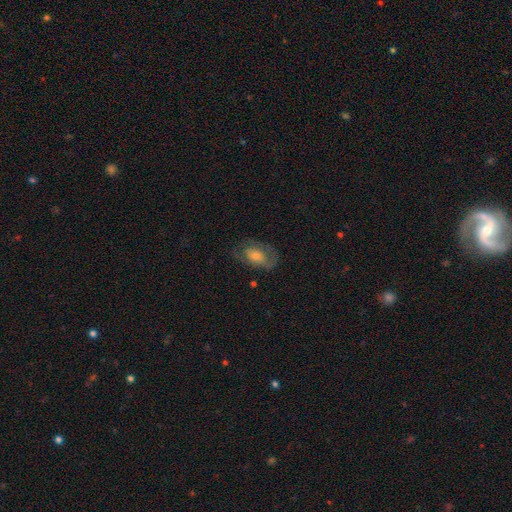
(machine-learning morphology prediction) The model was most divided on "smooth or featured": featured or disk: 51%, smooth: 39%, star or artifact: 9%. More confident: edge-on disk — no (94%); merging — none (63%).